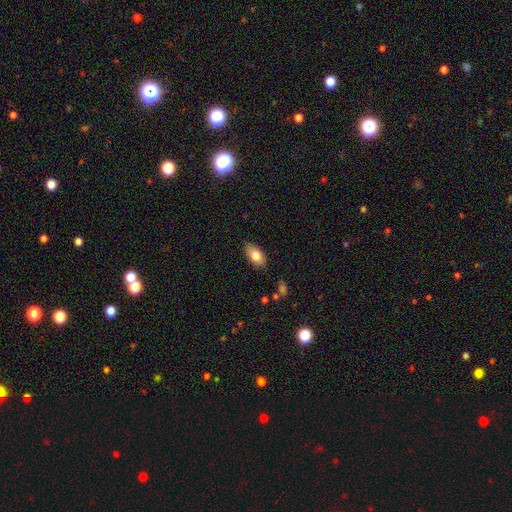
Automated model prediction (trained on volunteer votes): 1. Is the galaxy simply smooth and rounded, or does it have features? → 80% smooth, 13% featured or disk, 7% star or artifact.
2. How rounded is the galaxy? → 91% in between, 5% cigar-shaped, 4% round.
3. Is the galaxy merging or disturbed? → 84% none, 12% minor disturbance, 2% major disturbance, 1% merger.